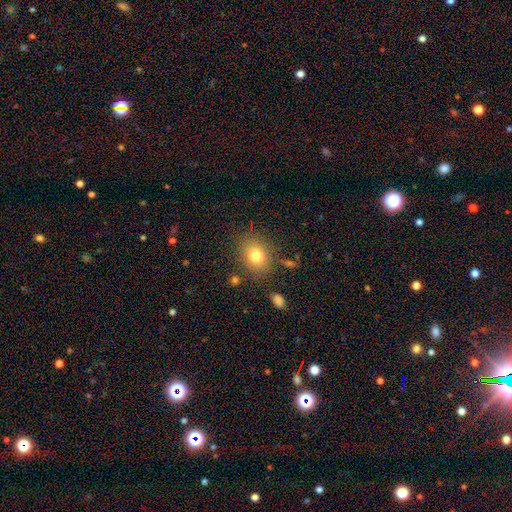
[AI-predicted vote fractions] Smooth or featured: smooth — 78% (star or artifact — 11%)
How rounded: round — 51% (in between — 48%)
Merging: none — 81% (minor disturbance — 12%)